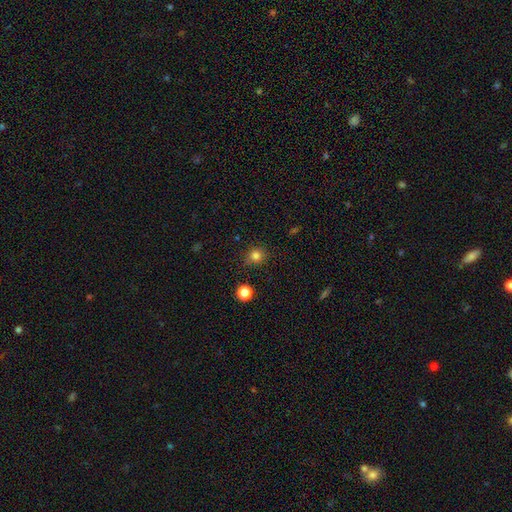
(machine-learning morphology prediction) Smooth or featured? smooth (81%)
How rounded? round (89%)
Merging? none (86%)